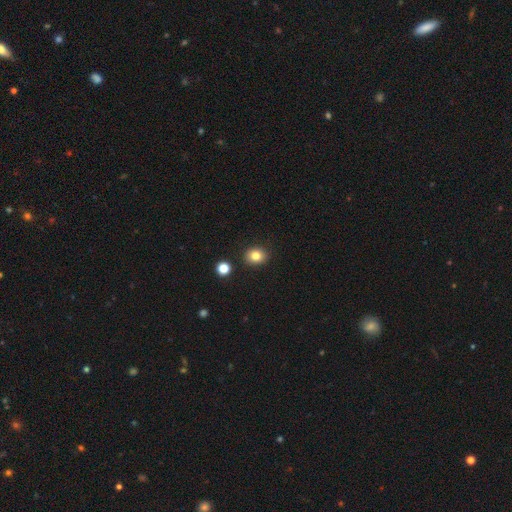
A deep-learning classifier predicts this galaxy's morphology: smooth_or_featured: smooth (p=0.82) [alt: star or artifact p=0.11]
how_rounded: round (p=0.65) [alt: in between p=0.35]
merging: none (p=0.88) [alt: minor disturbance p=0.07]